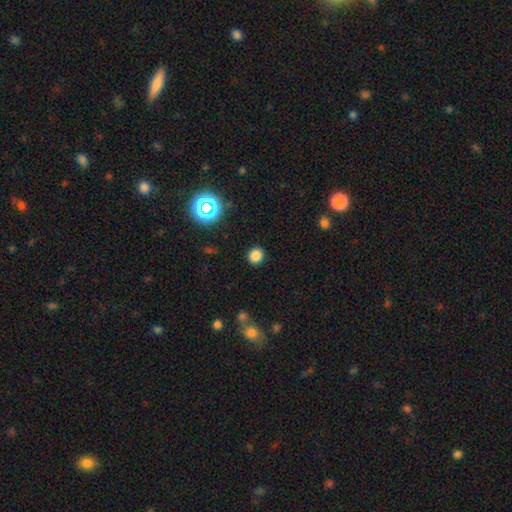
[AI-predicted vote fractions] A smooth galaxy with no disk features (80%) that is round (87%).

Vote fractions:
- Smooth or featured? smooth: 80% / star or artifact: 15% / featured or disk: 4%
- How rounded? round: 87% / in between: 12% / cigar-shaped: 1%
- Merging? none: 90% / minor disturbance: 6% / major disturbance: 3% / merger: 1%